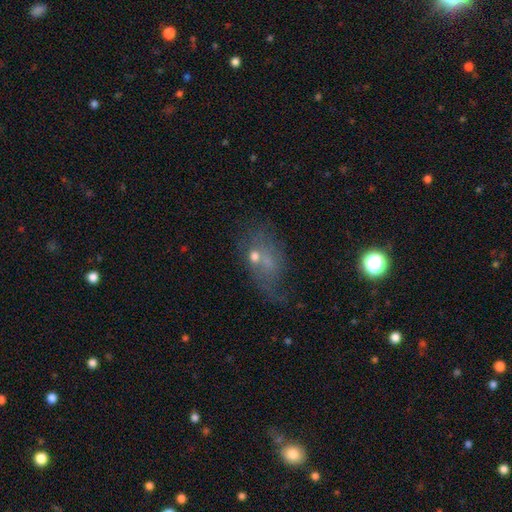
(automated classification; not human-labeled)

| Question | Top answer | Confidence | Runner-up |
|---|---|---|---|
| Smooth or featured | featured or disk | 45% | smooth (39%) |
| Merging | none | 37% | major disturbance (28%) |